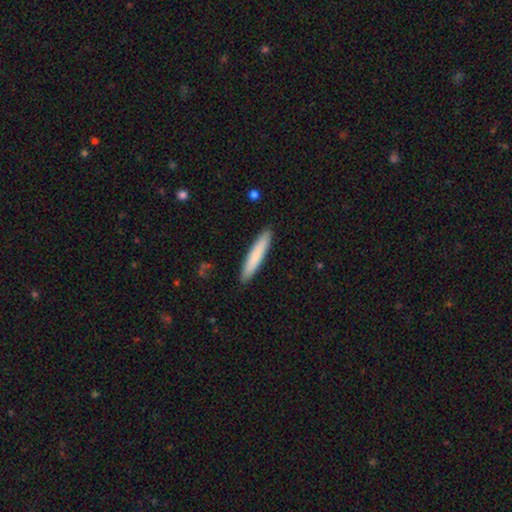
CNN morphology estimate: Smooth or featured? Predicted: smooth (p=0.81). How rounded? Predicted: cigar-shaped (p=0.92). Merging? Predicted: none (p=0.91).